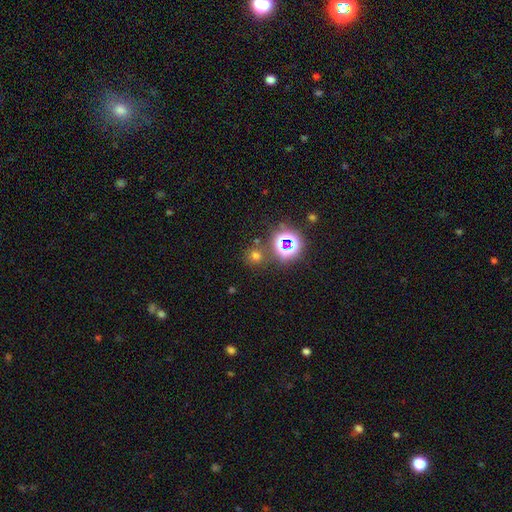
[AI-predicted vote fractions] Smooth or featured: smooth — 57% (star or artifact — 35%)
How rounded: round — 87% (in between — 12%)
Merging: none — 78% (merger — 9%)